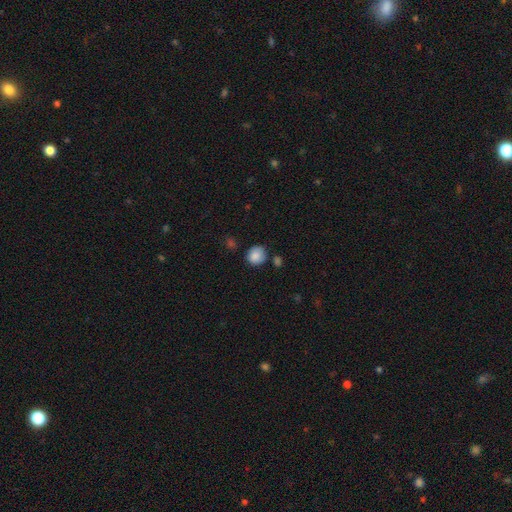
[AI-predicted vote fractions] Smooth or featured? Predicted: smooth (p=0.87). How rounded? Predicted: round (p=0.87). Merging? Predicted: none (p=0.77).